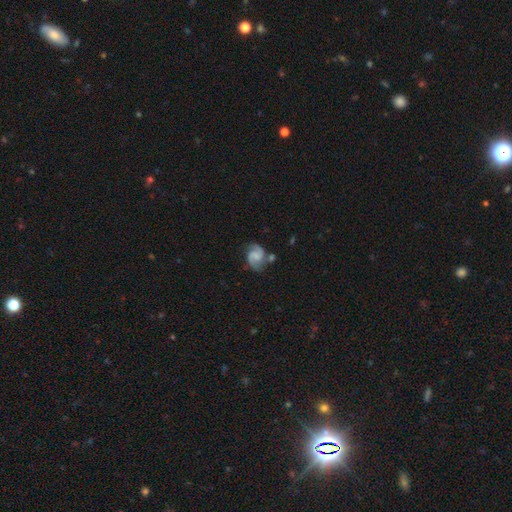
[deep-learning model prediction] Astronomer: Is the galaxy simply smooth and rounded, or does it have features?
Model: featured or disk — 83%.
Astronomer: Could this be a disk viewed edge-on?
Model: no — 98%.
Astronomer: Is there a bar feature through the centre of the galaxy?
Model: no — 46% (runner-up: weak, 43%).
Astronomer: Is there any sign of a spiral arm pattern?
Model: yes — 97%.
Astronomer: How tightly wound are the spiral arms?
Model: medium — 54%.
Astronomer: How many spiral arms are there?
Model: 2 — 92%.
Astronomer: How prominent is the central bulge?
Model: none — 46% (runner-up: small, 29%).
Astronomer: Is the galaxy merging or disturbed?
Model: none — 68%.